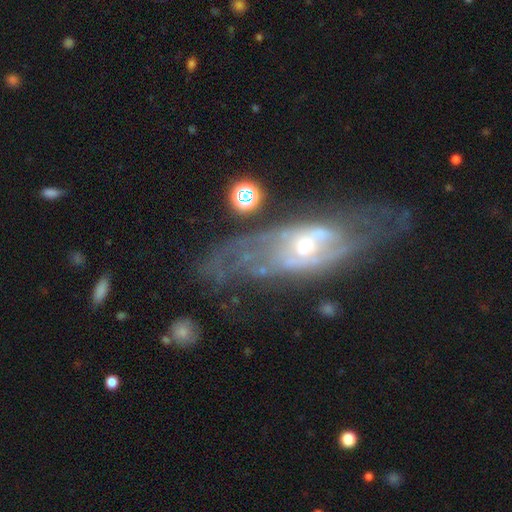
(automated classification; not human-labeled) Morphology: type=featured or disk (80%); edge-on=no (82%); bar=no (53%); spiral arms=yes (72%); bulge=moderate (53%); merging=none (57%).